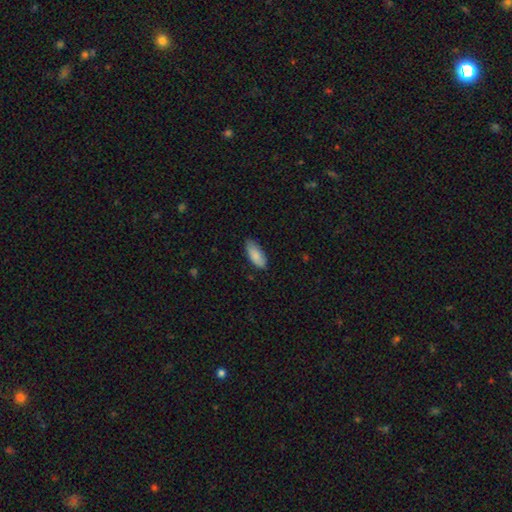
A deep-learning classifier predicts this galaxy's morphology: smooth 86%, featured or disk 9%, star or artifact 6%. Down the decision tree: how rounded — in between (86%); merging — none (76%).